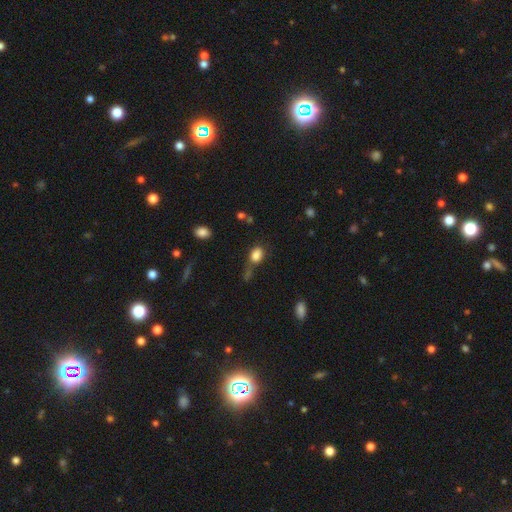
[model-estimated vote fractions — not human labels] Smooth or featured? Predicted: smooth (p=0.83). How rounded? Predicted: in between (p=0.72). Merging? Predicted: none (p=0.48).